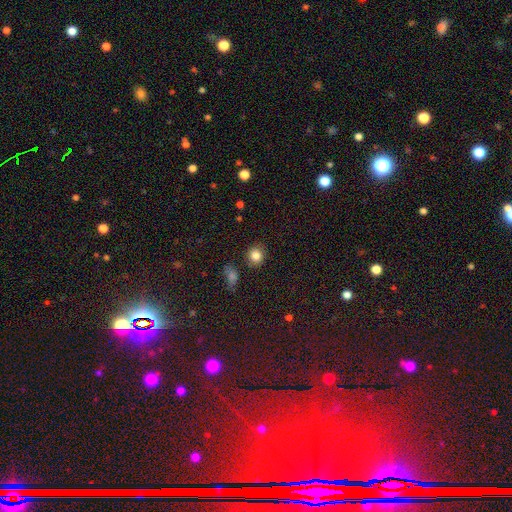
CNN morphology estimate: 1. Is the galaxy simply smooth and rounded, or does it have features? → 84% smooth, 11% star or artifact, 6% featured or disk.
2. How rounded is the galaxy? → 80% round, 19% in between, 1% cigar-shaped.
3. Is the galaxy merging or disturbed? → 86% none, 9% minor disturbance, 3% merger, 3% major disturbance.